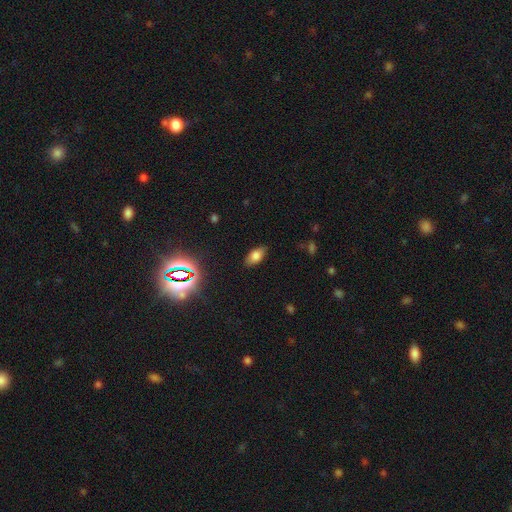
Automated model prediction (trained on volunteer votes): Morphology: type=smooth (75%); roundness=in between (90%); merging=none (85%).